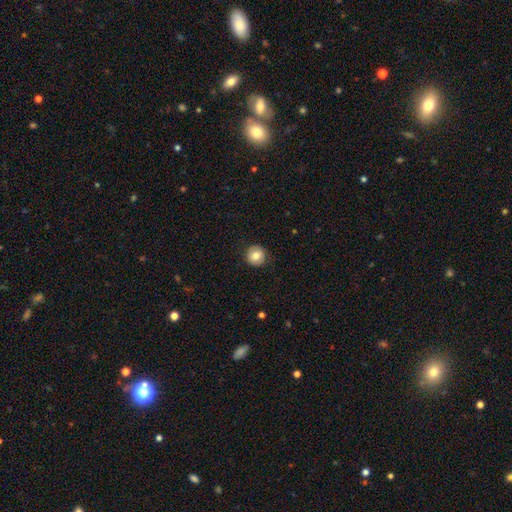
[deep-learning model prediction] A smooth galaxy with no disk features (78%) that is round (93%). Merging: none (88%).